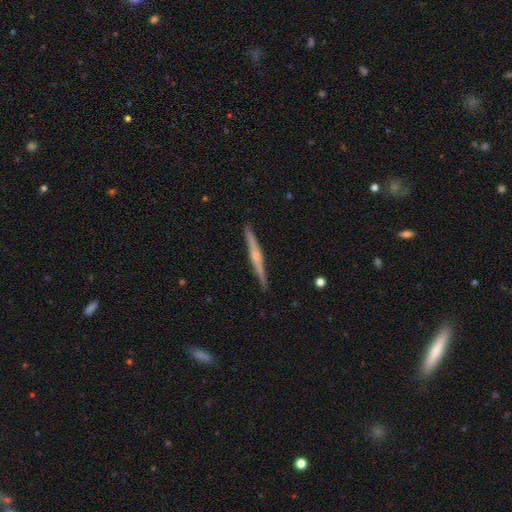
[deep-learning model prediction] Smooth or featured: featured or disk — 73% (smooth — 21%)
Edge-on disk: yes — 98% (no — 2%)
Edge-on bulge: rounded — 74% (none — 17%)
Merging: none — 91% (minor disturbance — 7%)